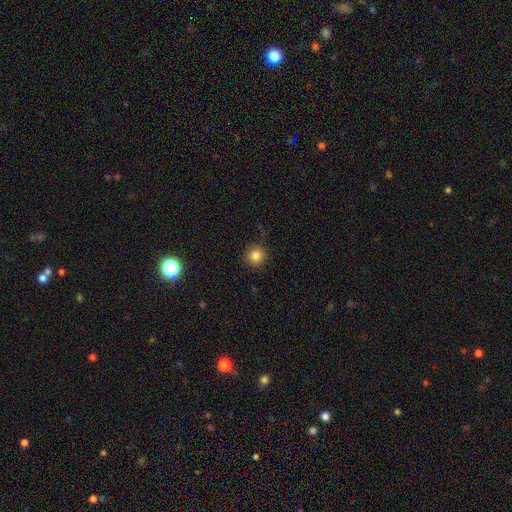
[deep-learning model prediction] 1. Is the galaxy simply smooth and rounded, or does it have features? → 83% smooth, 12% star or artifact, 5% featured or disk.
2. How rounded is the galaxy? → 93% round, 6% in between, 1% cigar-shaped.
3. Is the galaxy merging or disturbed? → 91% none, 6% minor disturbance, 2% major disturbance, 1% merger.